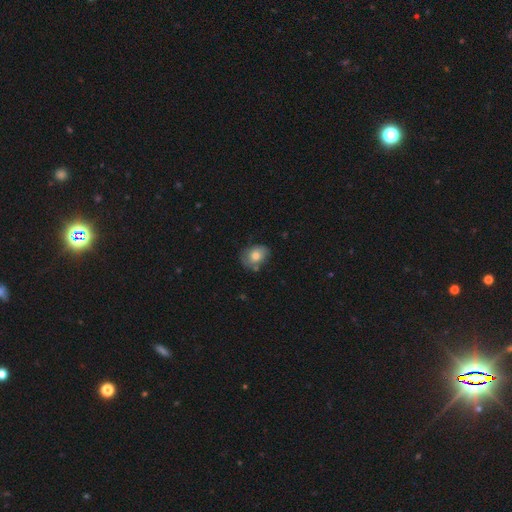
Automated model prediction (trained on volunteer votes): Smooth or featured? smooth (71%)
How rounded? in between (59%)
Merging? none (62%)